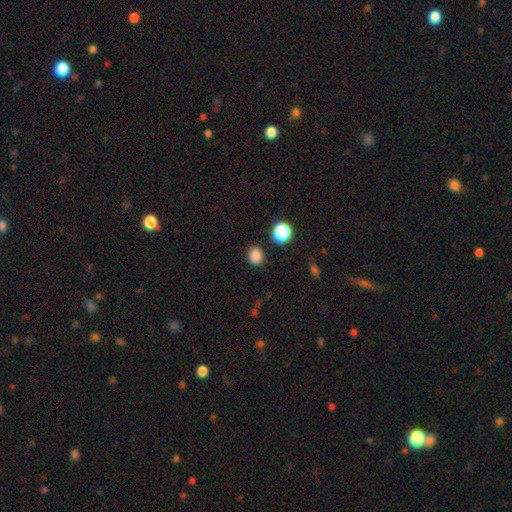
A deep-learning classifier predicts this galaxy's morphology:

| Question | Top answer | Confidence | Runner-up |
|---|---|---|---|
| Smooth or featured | smooth | 83% | star or artifact (13%) |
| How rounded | round | 64% | in between (36%) |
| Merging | none | 86% | minor disturbance (9%) |